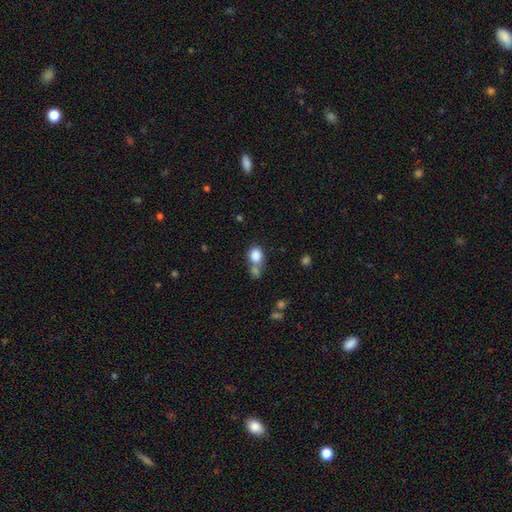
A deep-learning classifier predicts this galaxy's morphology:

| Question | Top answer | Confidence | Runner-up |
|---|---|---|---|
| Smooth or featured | smooth | 84% | star or artifact (10%) |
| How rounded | round | 52% | in between (47%) |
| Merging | merger | 43% | none (41%) |